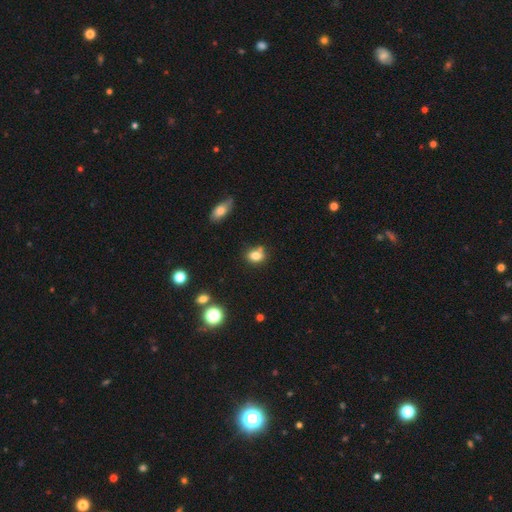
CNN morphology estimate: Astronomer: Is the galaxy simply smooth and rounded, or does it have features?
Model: smooth — 79%.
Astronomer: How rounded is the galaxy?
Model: in between — 51% (runner-up: round, 48%).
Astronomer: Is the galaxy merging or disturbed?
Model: none — 59%.